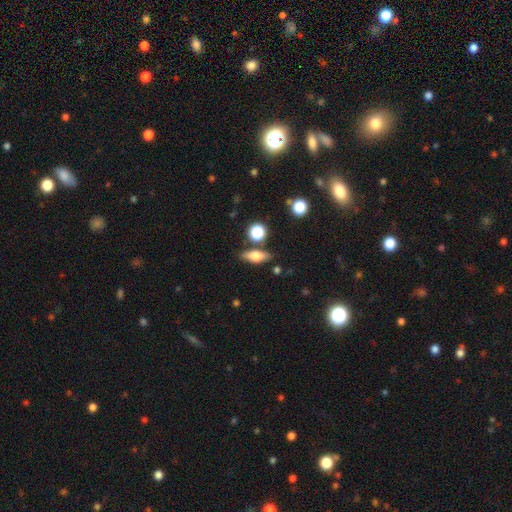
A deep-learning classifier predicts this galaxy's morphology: A smooth galaxy with no disk features (57%) that is in between round and cigar-shaped (59%). Merging: none (79%).